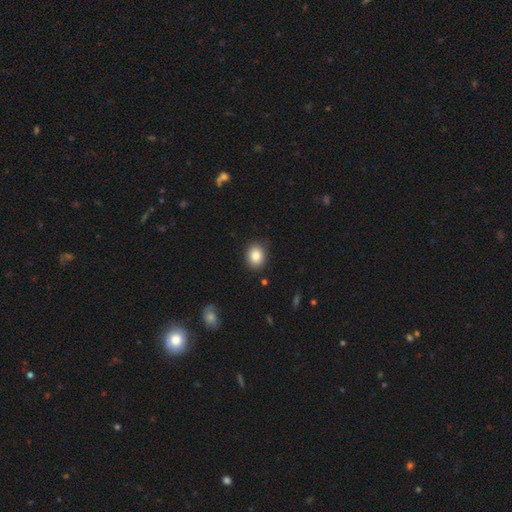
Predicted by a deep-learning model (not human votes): Smooth or featured? smooth (85%)
How rounded? round (51%)
Merging? none (86%)